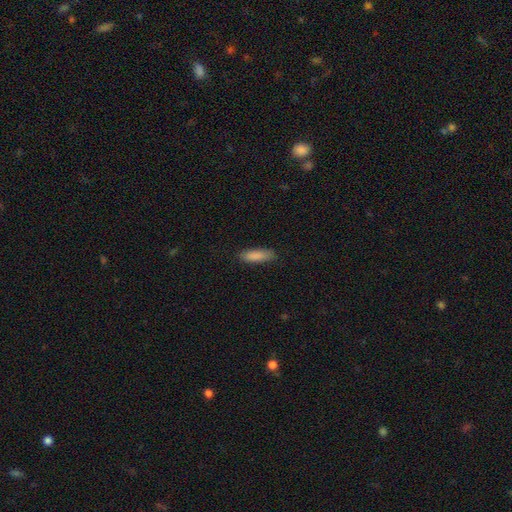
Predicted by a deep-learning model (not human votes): The model was most divided on "how rounded": cigar-shaped: 51%, in between: 47%, round: 2%. More confident: smooth or featured — smooth (87%); merging — none (84%).